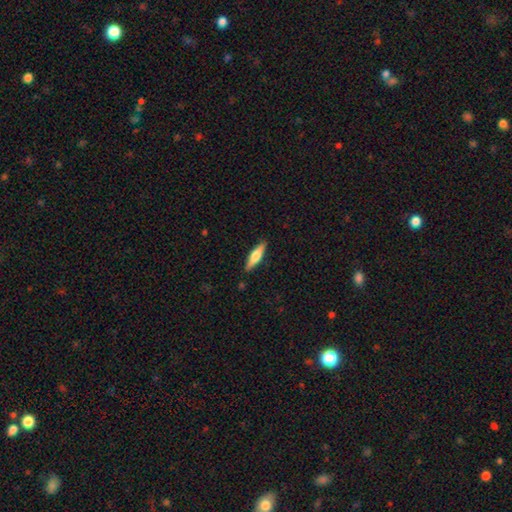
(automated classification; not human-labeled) Smooth or featured: smooth — 54% (featured or disk — 41%)
How rounded: cigar-shaped — 70% (in between — 29%)
Merging: none — 89% (minor disturbance — 8%)